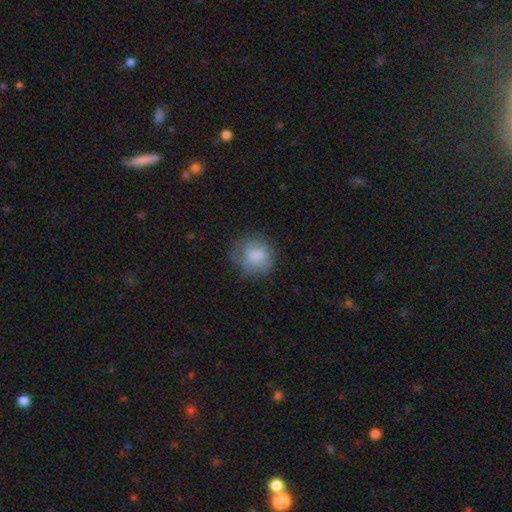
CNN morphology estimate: type=smooth (73%); roundness=round (78%); merging=none (62%).